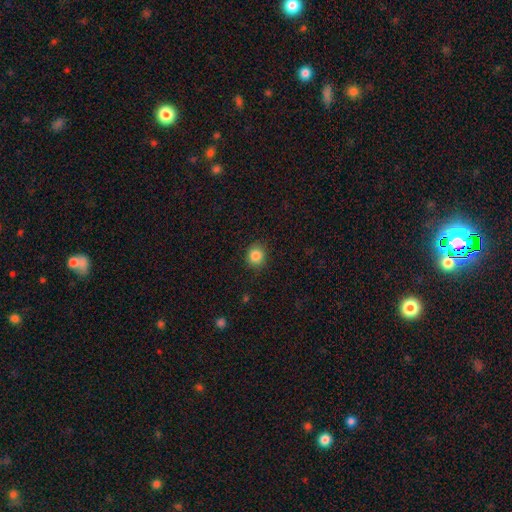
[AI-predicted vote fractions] Smooth or featured? Predicted: smooth (p=0.85). How rounded? Predicted: round (p=0.79). Merging? Predicted: none (p=0.85).